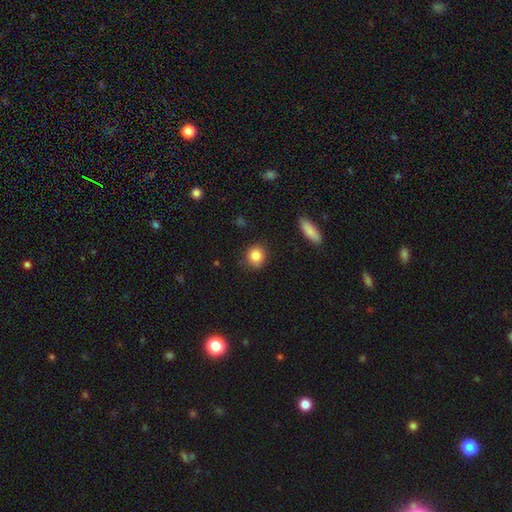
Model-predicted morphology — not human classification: This appears to be a smooth galaxy with no disk features (85%) that is round (79%). Merging: none (82%).